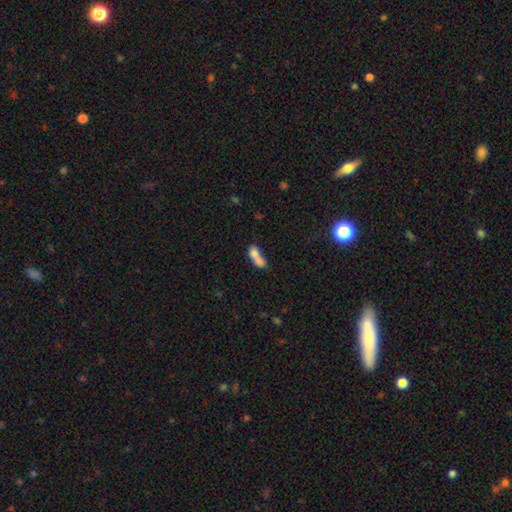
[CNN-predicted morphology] Smooth or featured: smooth — 70% (featured or disk — 20%)
How rounded: in between — 66% (round — 18%)
Merging: merger — 64% (none — 18%)